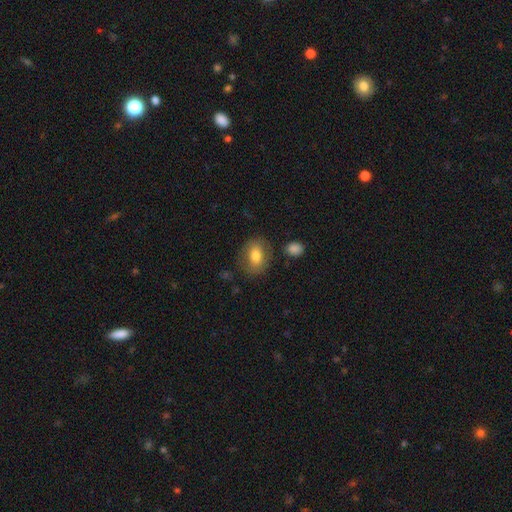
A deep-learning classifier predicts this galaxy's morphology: type=smooth (72%); roundness=in between (67%); merging=none (77%).